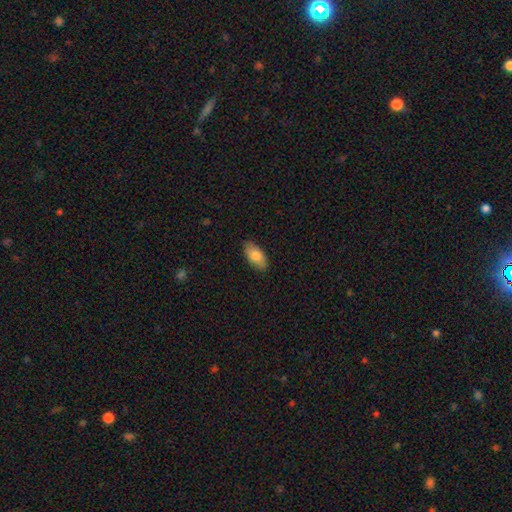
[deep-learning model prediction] Overall: smooth (80%). How rounded: in between (92%). Merging: none (85%).